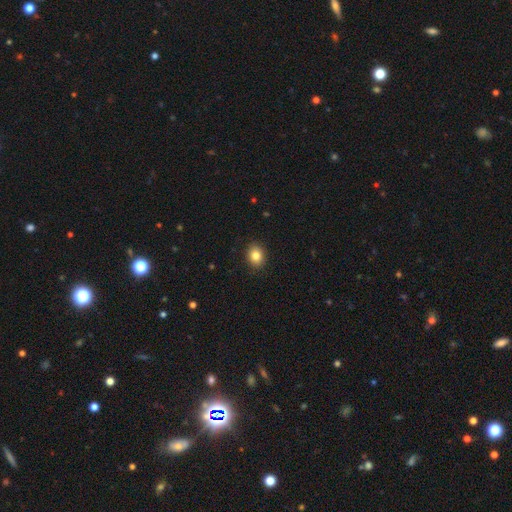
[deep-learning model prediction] A smooth galaxy with no disk features (84%) that is round (58%). Merging: none (90%).